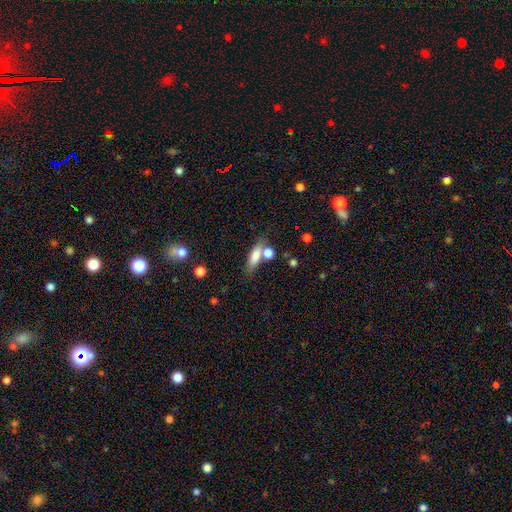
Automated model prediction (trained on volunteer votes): smooth 76%, featured or disk 16%, star or artifact 8%. Down the decision tree: how rounded — in between (53%); merging — none (56%).